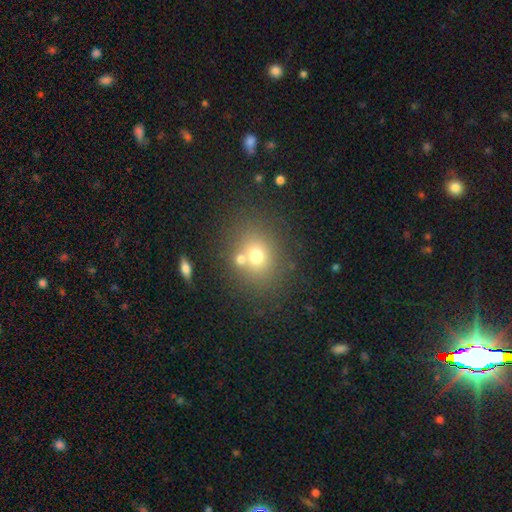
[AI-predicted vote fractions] This is likely a smooth galaxy (68%). How rounded: likely round (67%). Merging: likely none (61%).